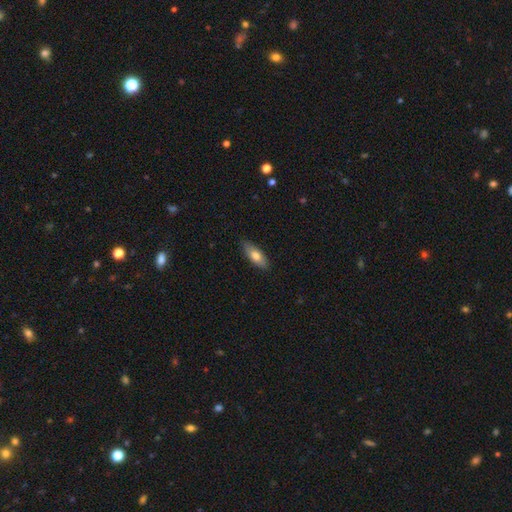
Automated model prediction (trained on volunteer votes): smooth-or-featured: smooth: 74% | featured or disk: 20% | star or artifact: 6%
  how-rounded: in between: 69% | cigar-shaped: 29% | round: 2%
  merging: none: 86% | minor disturbance: 11% | major disturbance: 2% | merger: 1%